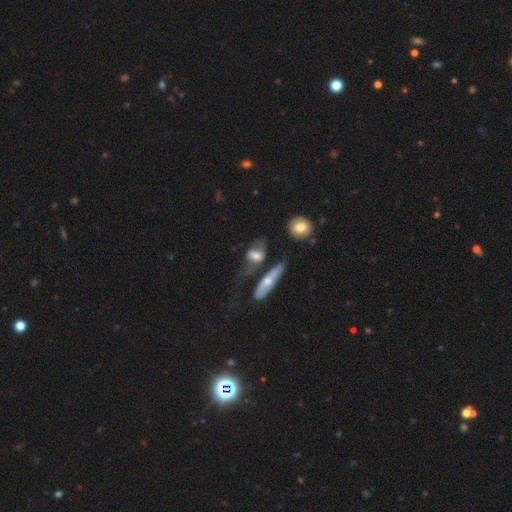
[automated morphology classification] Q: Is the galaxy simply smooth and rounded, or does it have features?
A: smooth — 47%.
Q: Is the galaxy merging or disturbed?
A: none — 35%.